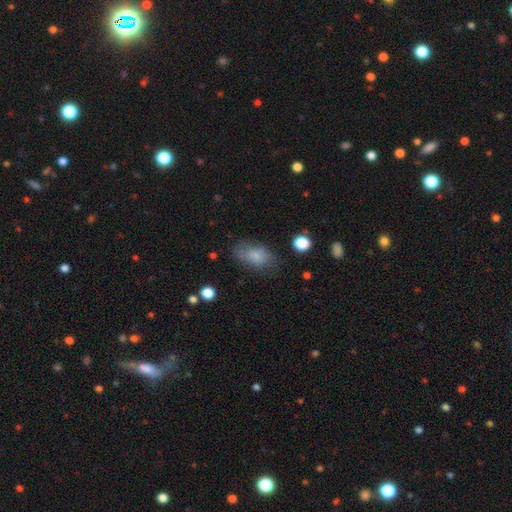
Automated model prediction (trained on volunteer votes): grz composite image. It shows a smooth galaxy with no disk features (73%) that is in between round and cigar-shaped (89%). Merging: none (63%).